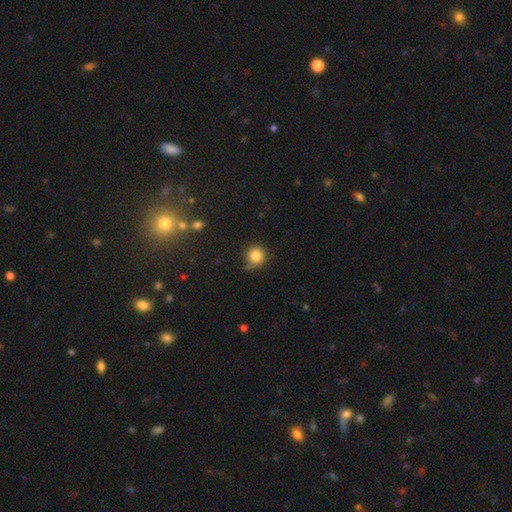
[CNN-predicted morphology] A smooth galaxy with no disk features (82%) that is round (92%).

Vote fractions:
- Smooth or featured? smooth: 82% / star or artifact: 11% / featured or disk: 7%
- How rounded? round: 92% / in between: 7% / cigar-shaped: 1%
- Merging? none: 65% / minor disturbance: 23% / major disturbance: 7% / merger: 5%